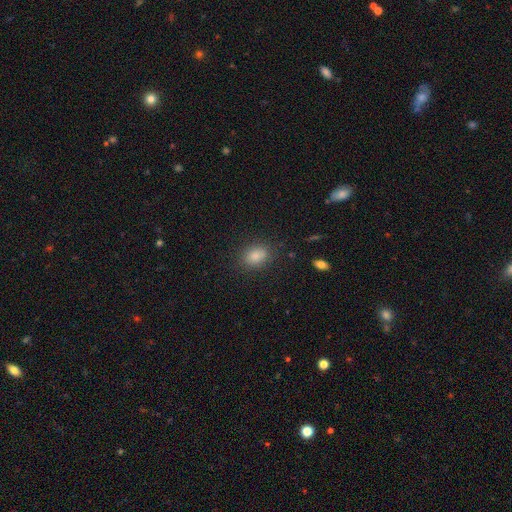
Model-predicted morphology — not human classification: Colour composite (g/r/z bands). It shows a smooth galaxy with no disk features (82%) that is in between round and cigar-shaped (67%). Merging: none (85%).